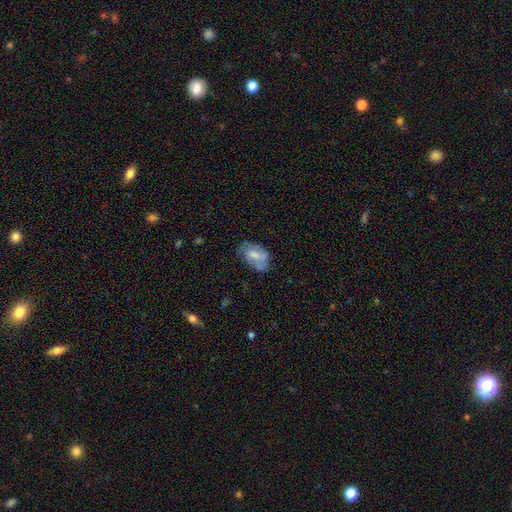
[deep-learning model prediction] This appears to be a smooth galaxy with no disk features (58%) that is in between round and cigar-shaped (88%). Merging: none (50%).